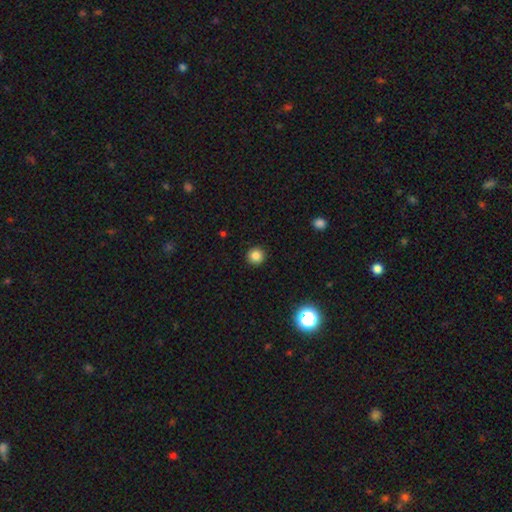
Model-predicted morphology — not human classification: Smooth or featured? smooth (84%)
How rounded? round (95%)
Merging? none (93%)